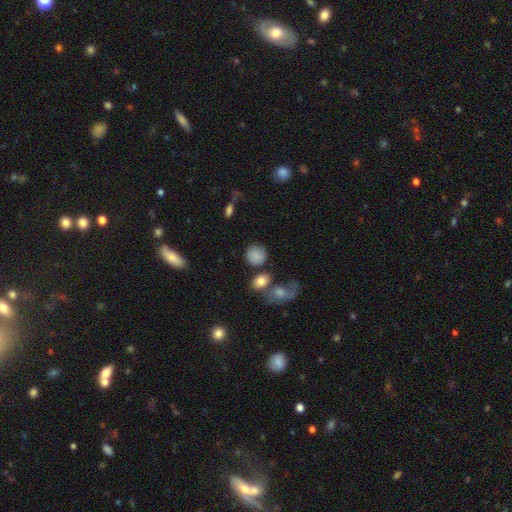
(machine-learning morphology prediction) A smooth galaxy with no disk features (82%) that is round (81%). Merging: none (72%).